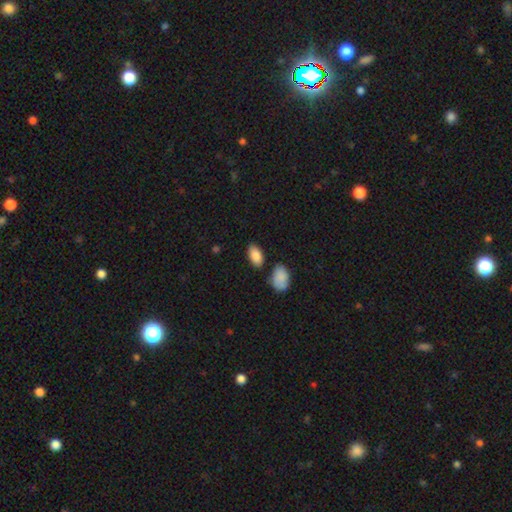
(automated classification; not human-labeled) This is clearly a smooth galaxy (88%). How rounded: clearly in between (94%). Merging: likely none (79%).